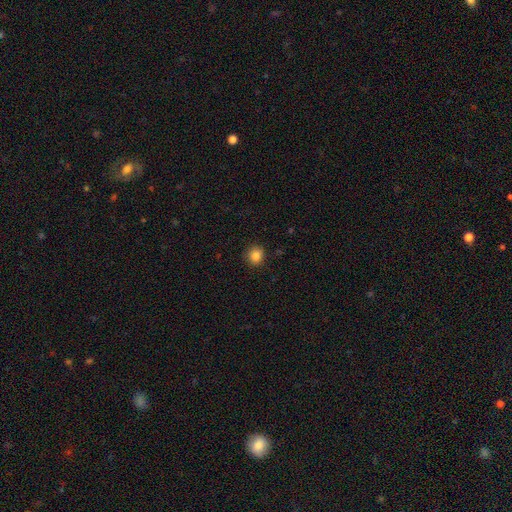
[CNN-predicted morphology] smooth-or-featured: smooth: 85% | star or artifact: 11% | featured or disk: 4%
  how-rounded: round: 87% | in between: 12% | cigar-shaped: 1%
  merging: none: 88% | minor disturbance: 8% | major disturbance: 2% | merger: 1%